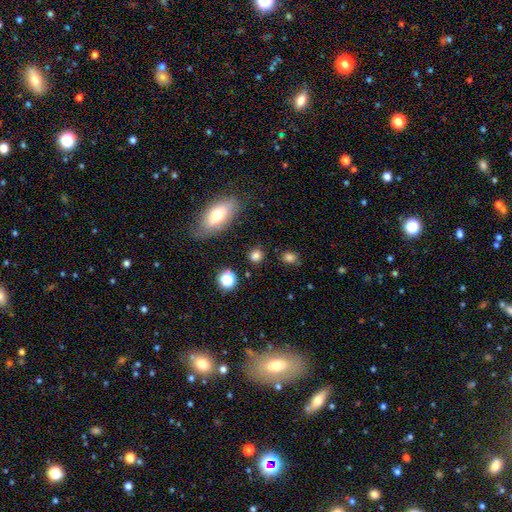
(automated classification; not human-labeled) This appears to be a smooth galaxy with no disk features (78%) that is round (78%). Merging: none (84%).